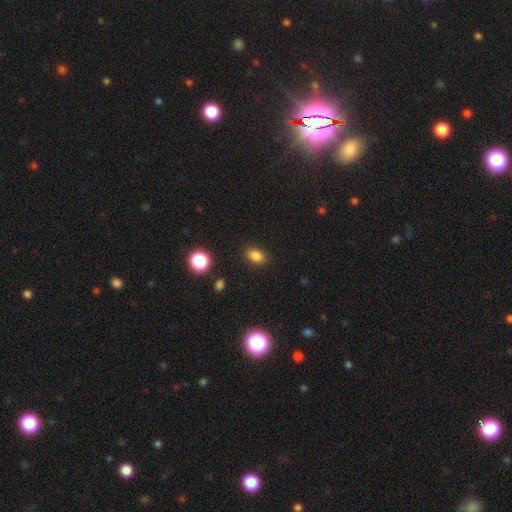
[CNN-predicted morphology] type=smooth (83%); roundness=in between (78%); merging=none (88%).